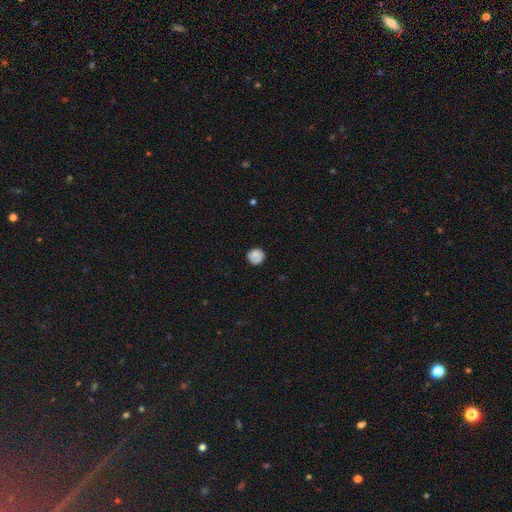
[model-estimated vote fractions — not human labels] Smooth or featured? smooth (79%)
How rounded? round (89%)
Merging? none (80%)